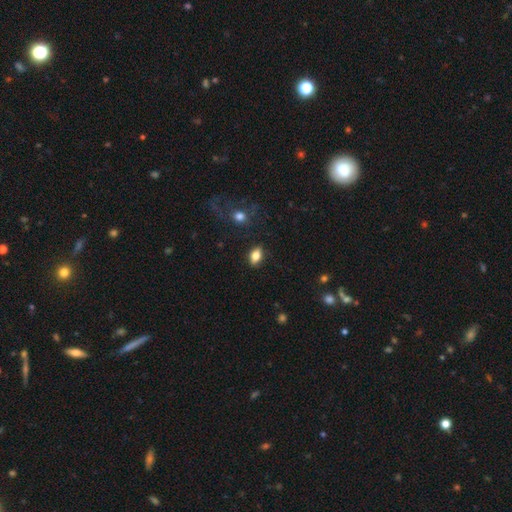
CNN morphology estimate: This appears to be a smooth galaxy with no disk features (74%) that is in between round and cigar-shaped (84%). Merging: none (86%).